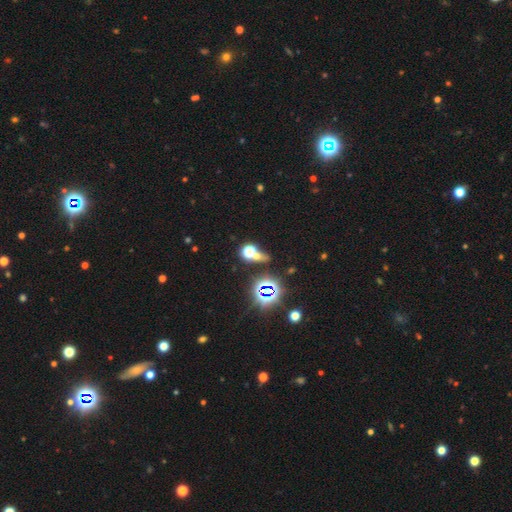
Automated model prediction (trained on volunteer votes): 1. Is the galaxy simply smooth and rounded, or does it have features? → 45% star or artifact, 44% smooth, 11% featured or disk.